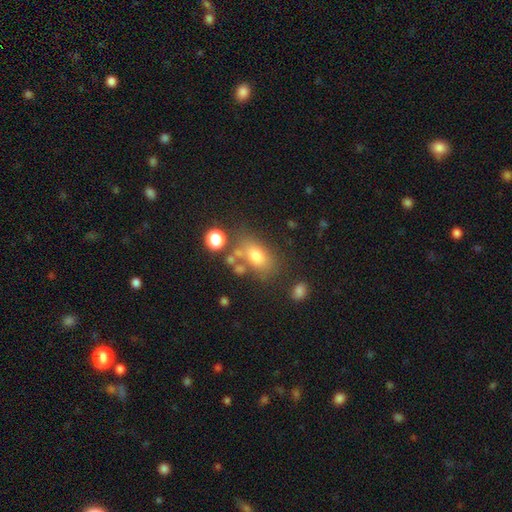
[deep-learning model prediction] Smooth or featured? smooth (68%)
How rounded? in between (77%)
Merging? none (59%)